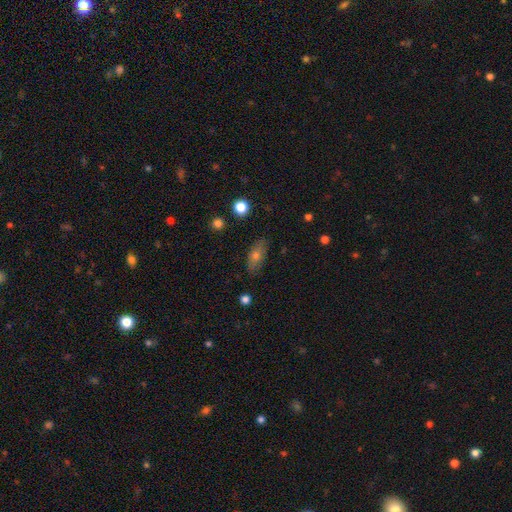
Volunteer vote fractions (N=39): This is possibly a smooth galaxy (59%). How rounded: possibly in between (57%). Merging: clearly none (83%).